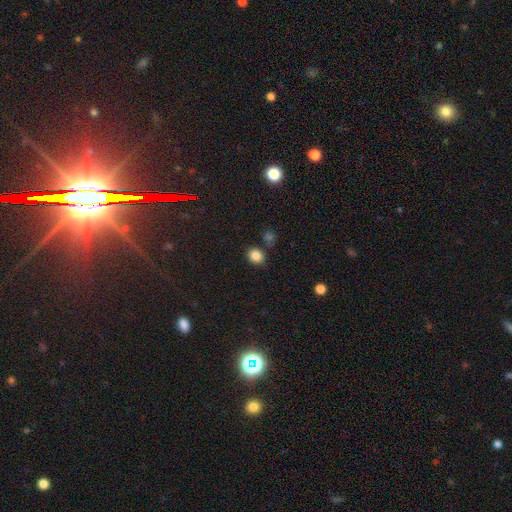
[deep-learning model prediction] Q: Smooth or featured?
A: smooth (84%); runner-up: star or artifact (12%)
Q: How rounded?
A: round (57%); runner-up: in between (42%)
Q: Merging?
A: none (76%); runner-up: minor disturbance (12%)